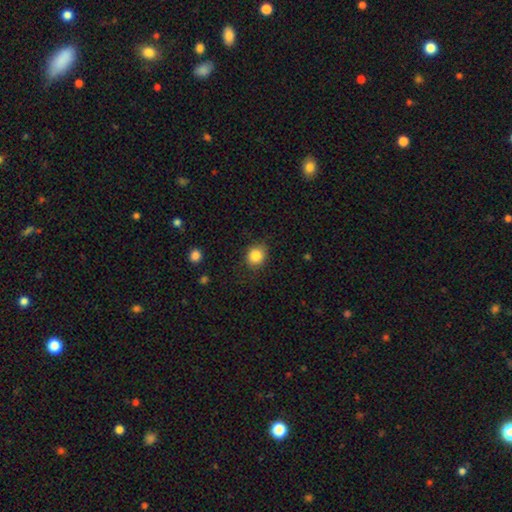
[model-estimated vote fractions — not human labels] smooth_or_featured: smooth (p=0.85) [alt: star or artifact p=0.10]
how_rounded: round (p=0.75) [alt: in between p=0.24]
merging: none (p=0.83) [alt: minor disturbance p=0.13]